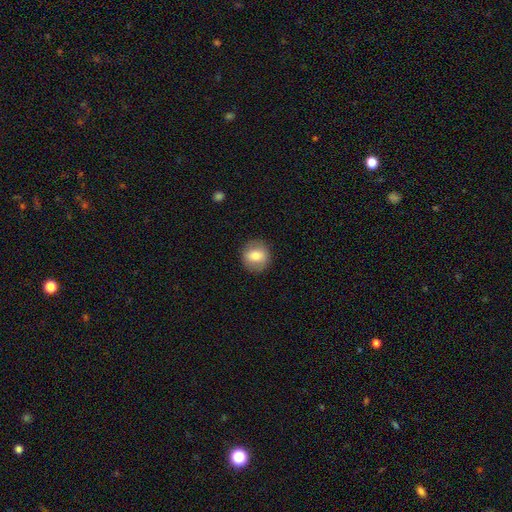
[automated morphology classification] Overall: smooth (74%). How rounded: round (84%). Merging: none (87%).